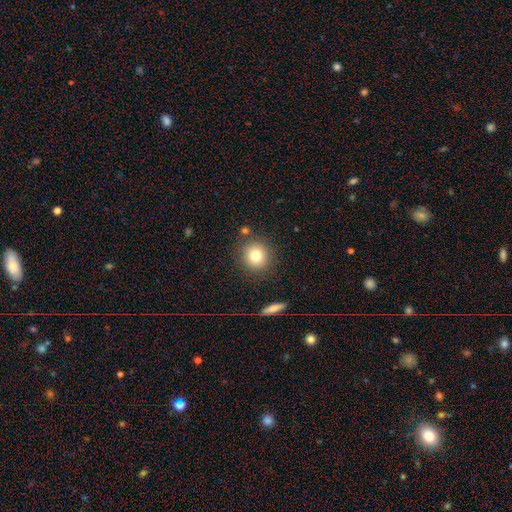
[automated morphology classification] Smooth or featured: smooth — 80% (star or artifact — 11%)
How rounded: round — 90% (in between — 9%)
Merging: none — 85% (minor disturbance — 8%)